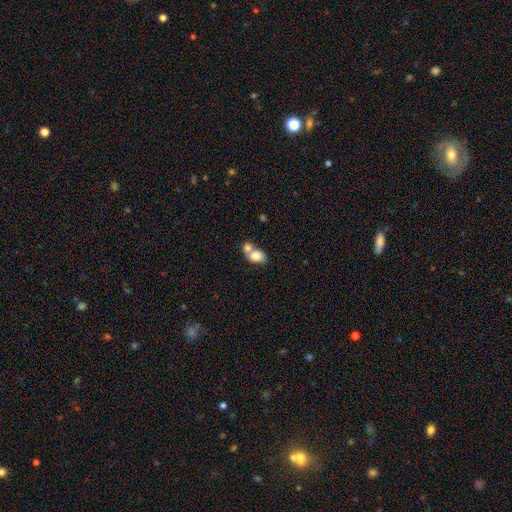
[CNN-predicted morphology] This appears to be a smooth galaxy with no disk features (79%) that is in between round and cigar-shaped (67%). Merging: merger (62%).